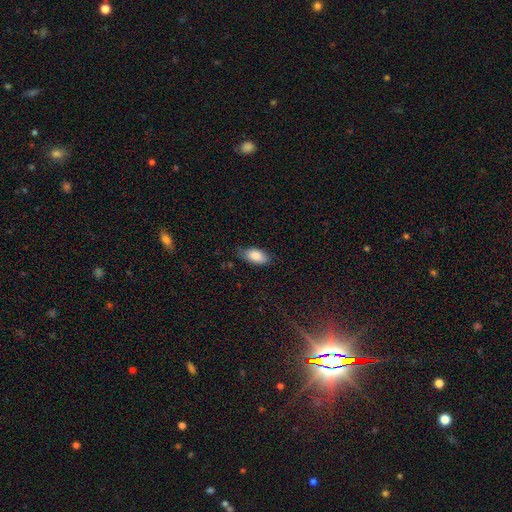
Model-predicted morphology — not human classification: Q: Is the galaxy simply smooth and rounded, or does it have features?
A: smooth — 85%.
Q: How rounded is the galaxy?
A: in between — 92%.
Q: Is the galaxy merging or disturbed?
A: none — 71%.